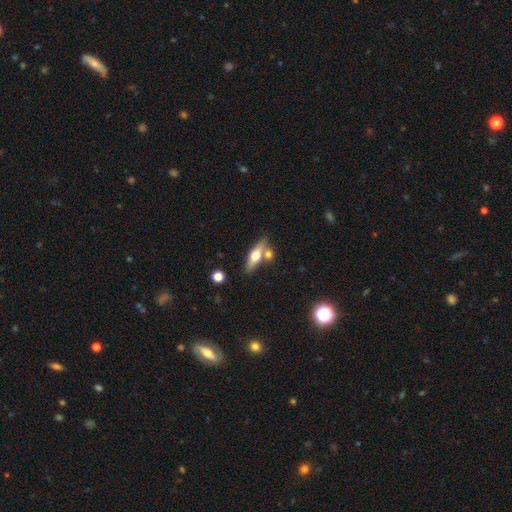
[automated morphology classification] Smooth or featured: featured or disk — 47% (smooth — 46%)
Merging: none — 66% (merger — 19%)